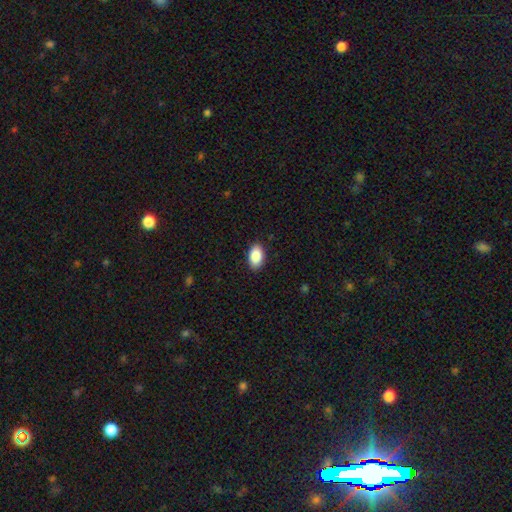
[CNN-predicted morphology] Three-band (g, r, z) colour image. It shows a smooth galaxy with no disk features (88%) that is in between round and cigar-shaped (92%). Merging: none (88%).